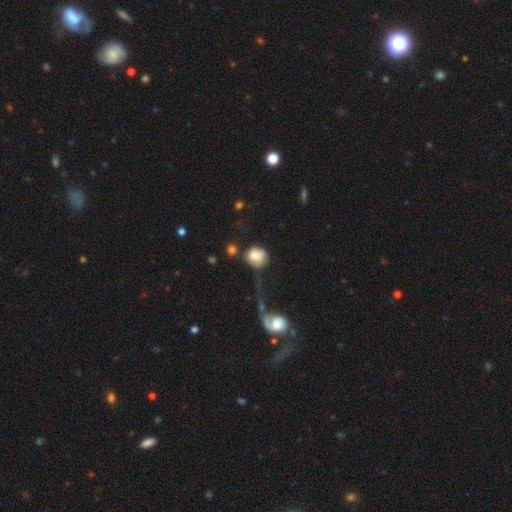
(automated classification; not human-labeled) Smooth or featured: smooth — 77% (featured or disk — 15%)
How rounded: round — 73% (in between — 26%)
Merging: none — 37% (major disturbance — 23%)